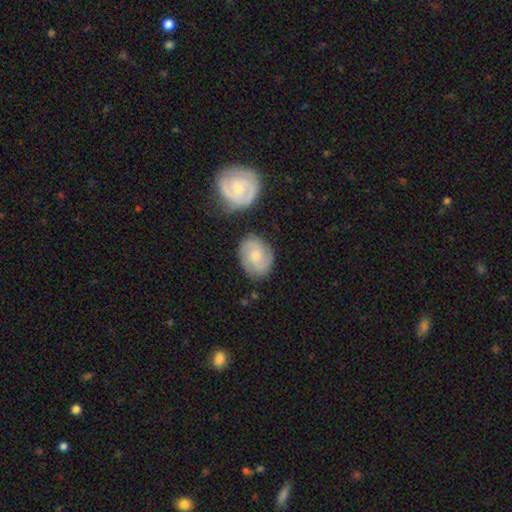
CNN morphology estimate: featured or disk 66%, smooth 28%, star or artifact 6%. Down the decision tree: edge-on disk — no (97%); bar — no (68%); spiral arms — yes (92%); spiral arm count — 2 (49%); spiral winding — tight (48%); bulge size — moderate (50%); merging — none (73%).